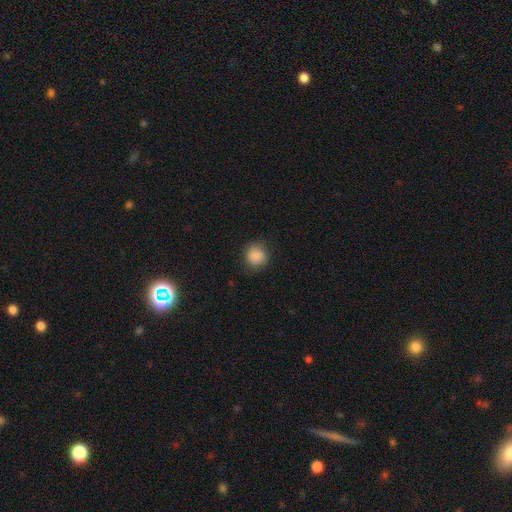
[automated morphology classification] Smooth or featured? Predicted: smooth (p=0.87). How rounded? Predicted: round (p=0.88). Merging? Predicted: none (p=0.84).